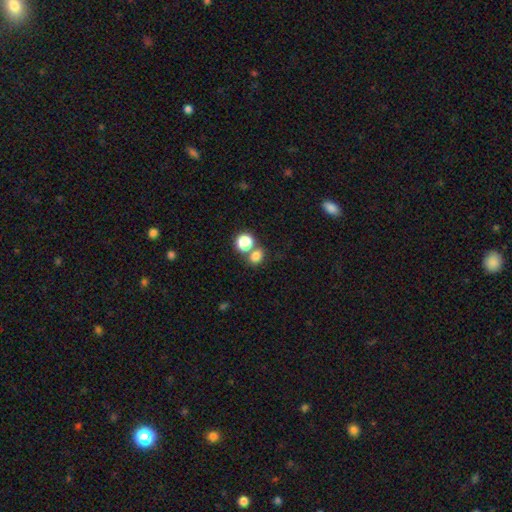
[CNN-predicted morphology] A smooth galaxy with no disk features (77%) that is round (60%).

Vote fractions:
- Smooth or featured? smooth: 77% / star or artifact: 15% / featured or disk: 7%
- How rounded? round: 60% / in between: 39% / cigar-shaped: 1%
- Merging? none: 55% / merger: 33% / minor disturbance: 9% / major disturbance: 4%